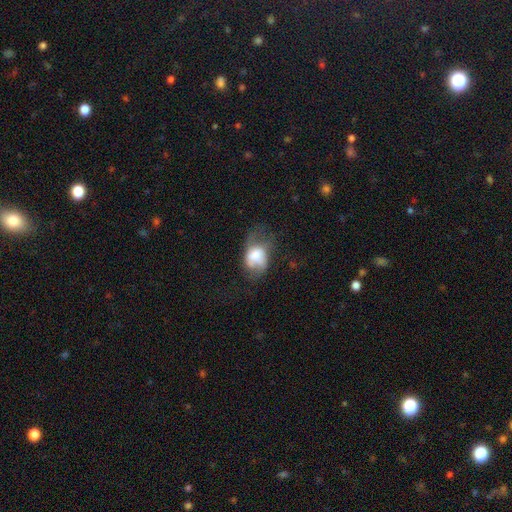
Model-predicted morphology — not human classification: Smooth or featured: smooth — 59% (featured or disk — 32%)
How rounded: in between — 75% (round — 24%)
Merging: major disturbance — 44% (minor disturbance — 27%)